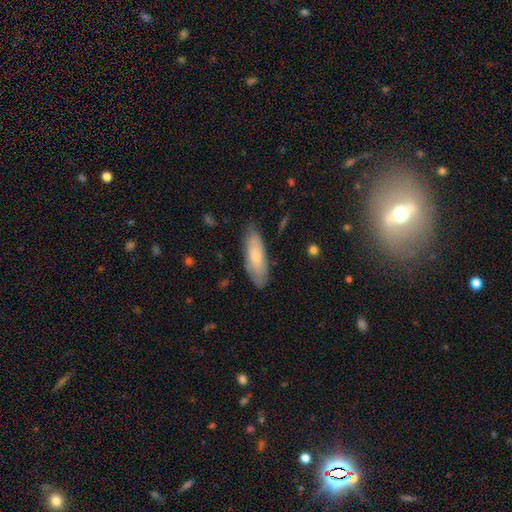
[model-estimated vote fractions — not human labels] smooth 67%, featured or disk 27%, star or artifact 6%. Down the decision tree: how rounded — in between (59%); merging — none (78%).